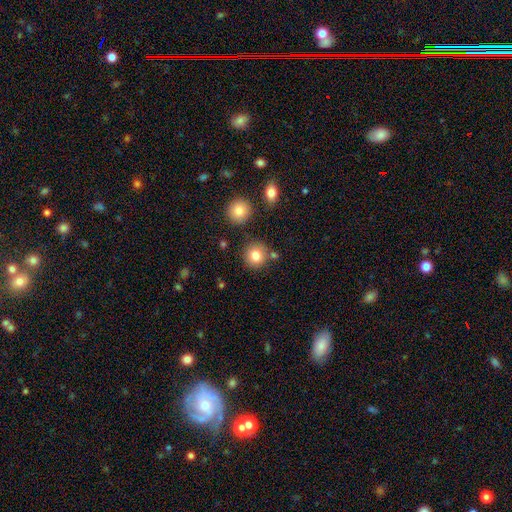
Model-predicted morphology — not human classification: This appears to be a smooth galaxy with no disk features (81%) that is round (91%). Merging: none (79%).